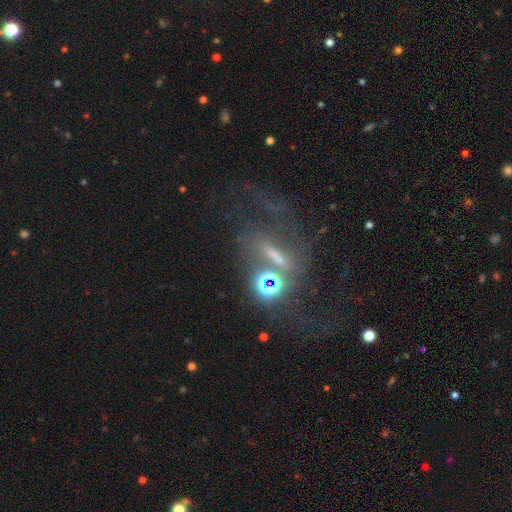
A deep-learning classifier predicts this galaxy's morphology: Smooth or featured: featured or disk — 62% (star or artifact — 22%)
Edge-on disk: no — 94% (yes — 6%)
Bar: no — 39% (weak — 36%)
Spiral arms: yes — 68% (no — 32%)
Bulge size: small — 40% (moderate — 33%)
Merging: none — 31% (major disturbance — 30%)